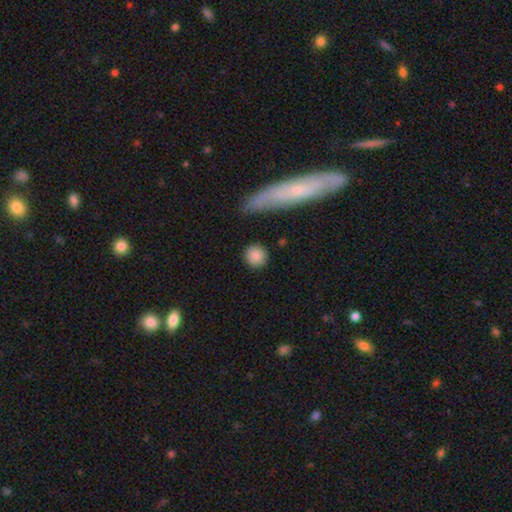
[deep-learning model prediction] A smooth galaxy with no disk features (85%) that is round (91%).

Vote fractions:
- Smooth or featured? smooth: 85% / star or artifact: 8% / featured or disk: 7%
- How rounded? round: 91% / in between: 7% / cigar-shaped: 2%
- Merging? none: 88% / minor disturbance: 7% / major disturbance: 3% / merger: 2%